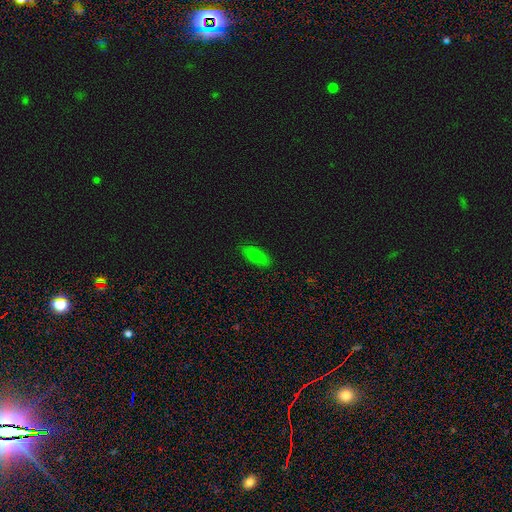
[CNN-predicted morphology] type=smooth (82%); roundness=in between (83%); merging=none (86%).